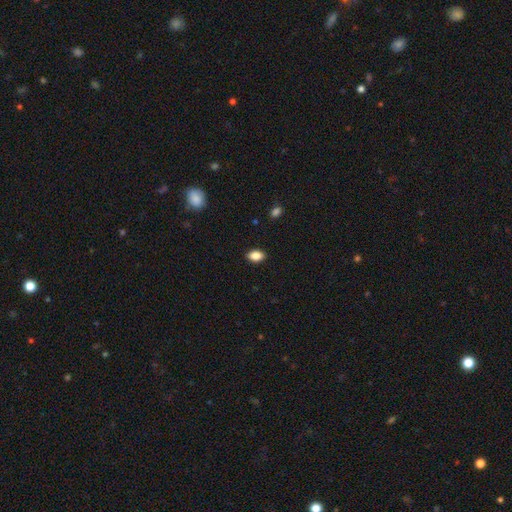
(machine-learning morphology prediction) A smooth galaxy with no disk features (85%) that is in between round and cigar-shaped (88%).

Vote fractions:
- Smooth or featured? smooth: 85% / star or artifact: 8% / featured or disk: 6%
- How rounded? in between: 88% / round: 10% / cigar-shaped: 3%
- Merging? none: 89% / minor disturbance: 8% / major disturbance: 2% / merger: 1%